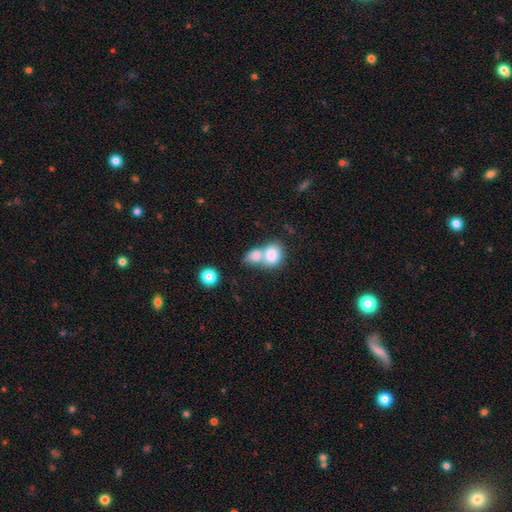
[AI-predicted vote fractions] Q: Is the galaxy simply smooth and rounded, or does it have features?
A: smooth — 79%.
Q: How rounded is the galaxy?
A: in between — 55%.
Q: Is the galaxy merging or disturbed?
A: merger — 71%.